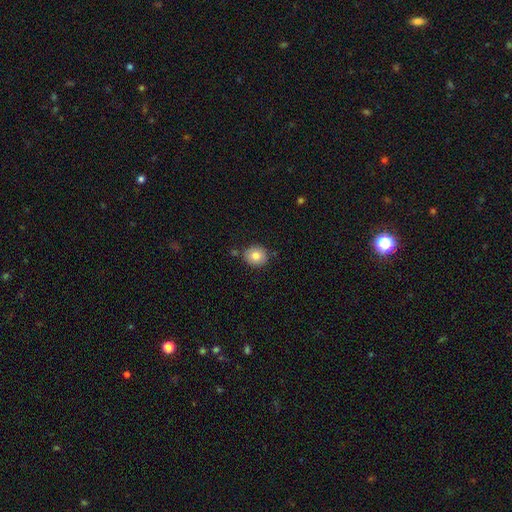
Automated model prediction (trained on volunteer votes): Q: Smooth or featured?
A: smooth (81%); runner-up: featured or disk (10%)
Q: How rounded?
A: round (83%); runner-up: in between (16%)
Q: Merging?
A: none (82%); runner-up: minor disturbance (11%)